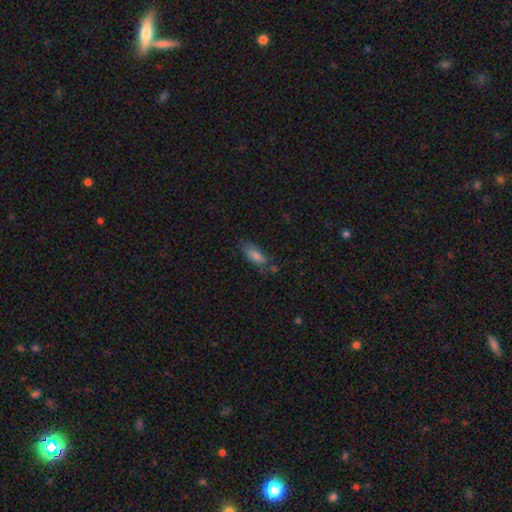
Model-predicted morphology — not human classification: This appears to be a smooth galaxy with no disk features (74%) that is in between round and cigar-shaped (66%). Merging: none (60%).